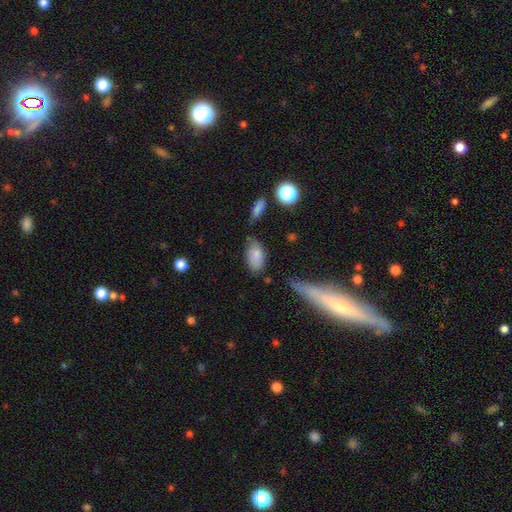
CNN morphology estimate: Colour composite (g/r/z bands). It shows a smooth galaxy with no disk features (82%) that is in between round and cigar-shaped (93%). Merging: none (60%).